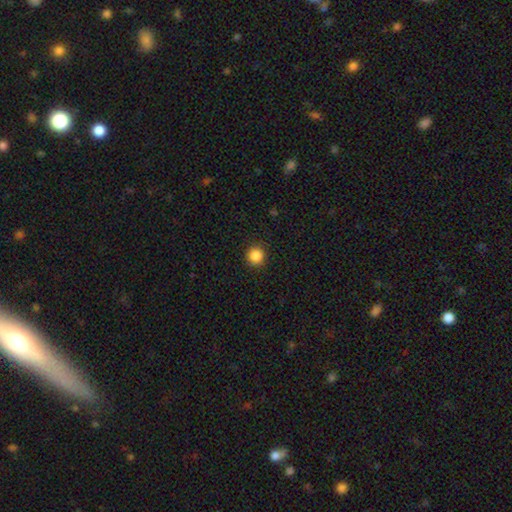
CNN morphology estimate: smooth-or-featured: smooth: 86% | star or artifact: 10% | featured or disk: 3%
  how-rounded: round: 94% | in between: 5% | cigar-shaped: 1%
  merging: none: 92% | minor disturbance: 6% | major disturbance: 2% | merger: 1%